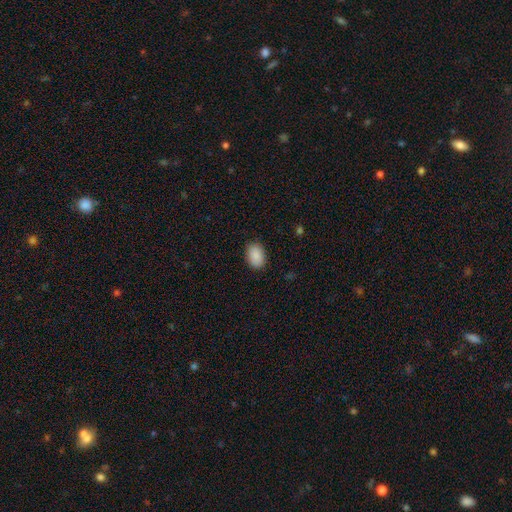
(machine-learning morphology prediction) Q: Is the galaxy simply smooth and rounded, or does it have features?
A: smooth — 90%.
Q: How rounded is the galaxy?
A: in between — 85%.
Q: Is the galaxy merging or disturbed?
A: none — 88%.